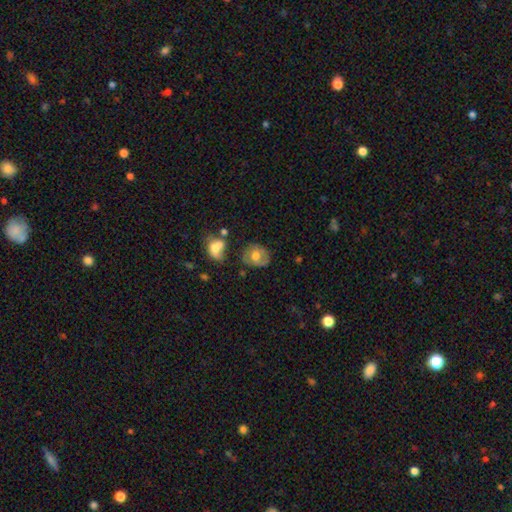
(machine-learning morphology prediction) Smooth or featured? Predicted: smooth (p=0.57). How rounded? Predicted: round (p=0.61). Merging? Predicted: none (p=0.59).